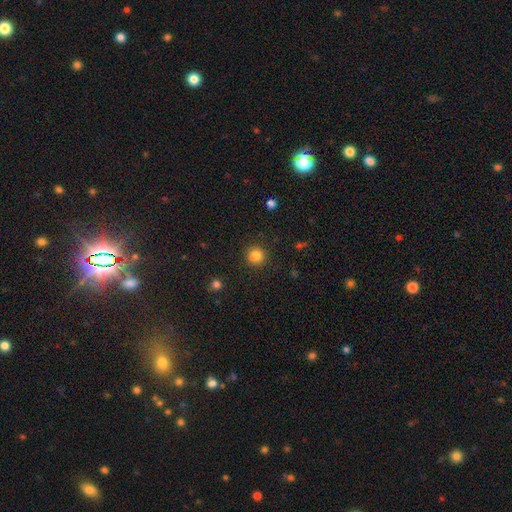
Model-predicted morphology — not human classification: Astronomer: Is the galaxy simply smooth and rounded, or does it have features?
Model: smooth — 82%.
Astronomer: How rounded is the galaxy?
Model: round — 89%.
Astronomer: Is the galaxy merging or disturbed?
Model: none — 83%.